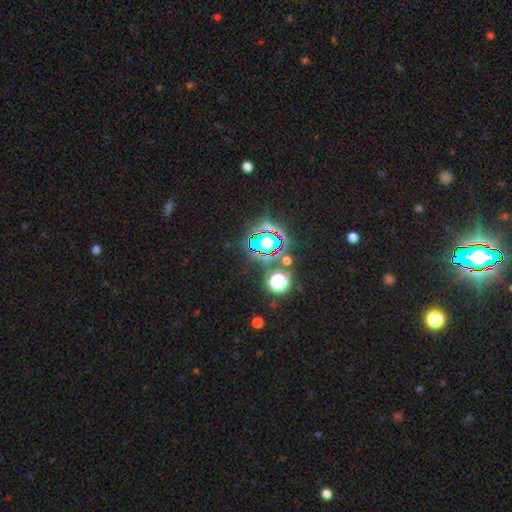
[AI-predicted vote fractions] Q: Smooth or featured?
A: star or artifact (79%); runner-up: smooth (14%)